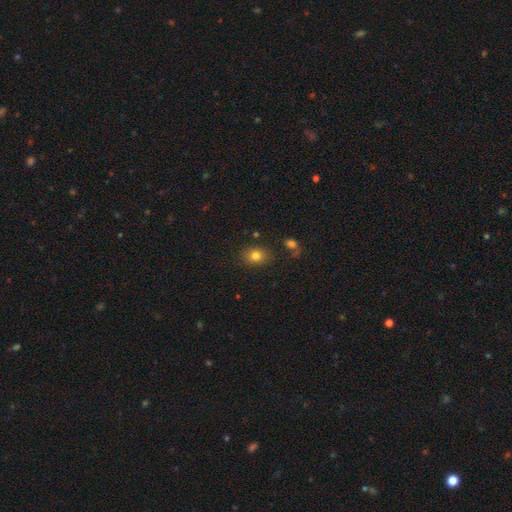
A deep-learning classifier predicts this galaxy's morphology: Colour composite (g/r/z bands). It shows a smooth galaxy with no disk features (80%) that is in between round and cigar-shaped (53%). Merging: none (81%).